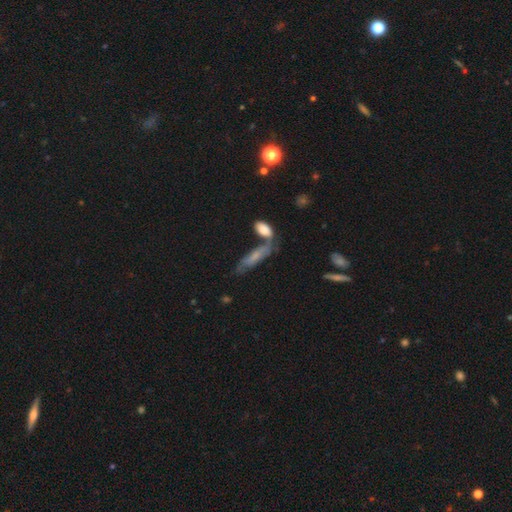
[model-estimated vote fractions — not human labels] Smooth or featured: smooth — 51% (featured or disk — 38%)
How rounded: cigar-shaped — 61% (in between — 35%)
Merging: none — 52% (merger — 24%)